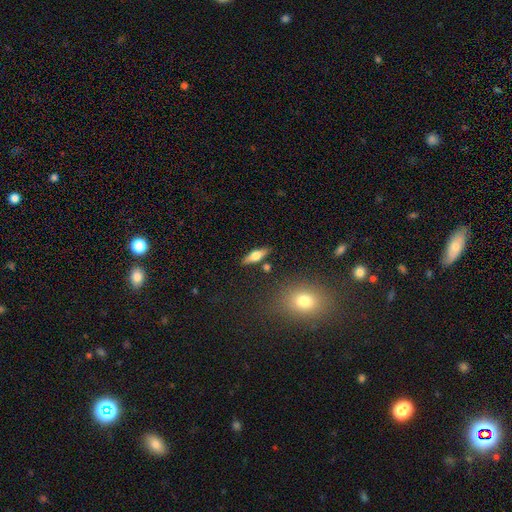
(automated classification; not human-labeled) The model was most divided on "smooth or featured": smooth: 50%, featured or disk: 43%, star or artifact: 7%. More confident: merging — none (83%).